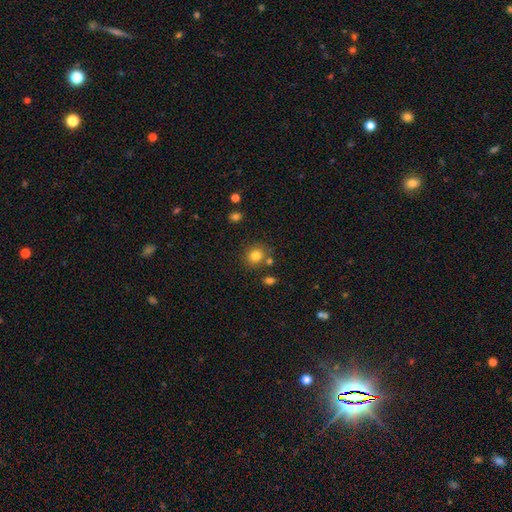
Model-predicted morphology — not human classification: A smooth galaxy with no disk features (81%) that is round (78%). Merging: none (76%).